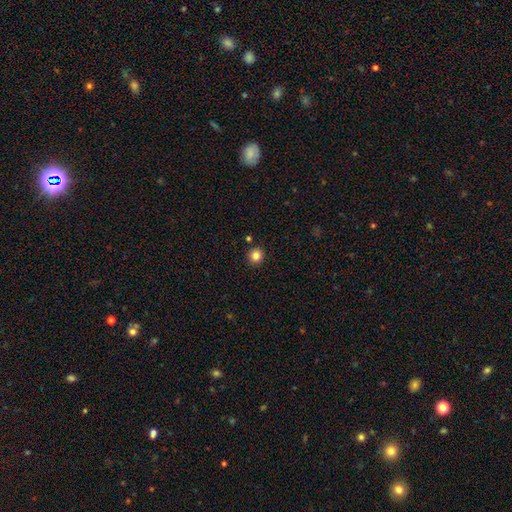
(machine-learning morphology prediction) Smooth or featured: smooth — 83% (star or artifact — 12%)
How rounded: round — 95% (in between — 5%)
Merging: none — 91% (minor disturbance — 5%)